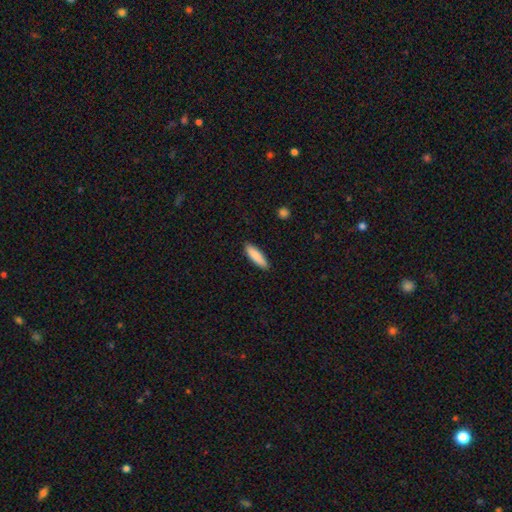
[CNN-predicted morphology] This appears to be a smooth galaxy with no disk features (88%) that is cigar-shaped (65%). Merging: none (90%).